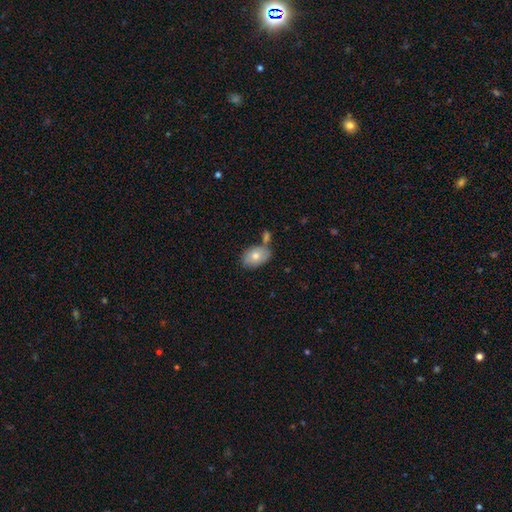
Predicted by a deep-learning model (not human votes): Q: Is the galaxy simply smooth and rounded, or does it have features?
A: smooth — 75%.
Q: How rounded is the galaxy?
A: in between — 83%.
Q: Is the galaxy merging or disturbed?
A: none — 61%.